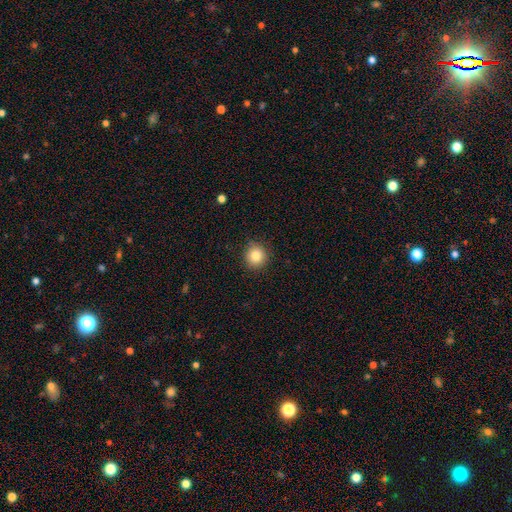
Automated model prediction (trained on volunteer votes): This is clearly a smooth galaxy (83%). How rounded: clearly round (90%). Merging: clearly none (90%).